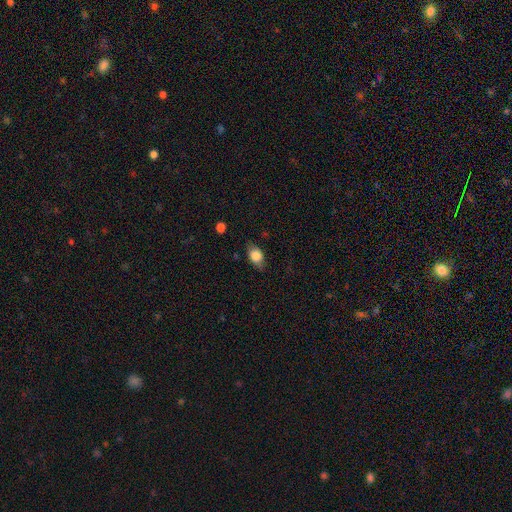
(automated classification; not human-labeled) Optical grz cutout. It shows a smooth galaxy with no disk features (79%) that is in between round and cigar-shaped (79%). Merging: none (75%).